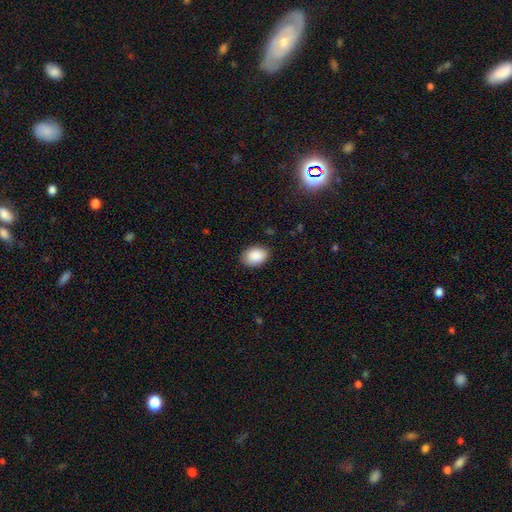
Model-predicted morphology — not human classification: Q: Smooth or featured?
A: smooth (90%); runner-up: star or artifact (7%)
Q: How rounded?
A: in between (83%); runner-up: round (16%)
Q: Merging?
A: none (86%); runner-up: minor disturbance (11%)